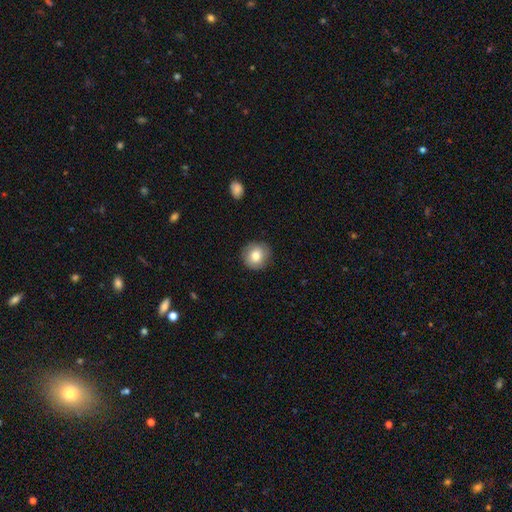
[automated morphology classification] The model was most divided on "smooth or featured": smooth: 79%, featured or disk: 12%, star or artifact: 8%. More confident: how rounded — round (90%); merging — none (86%).